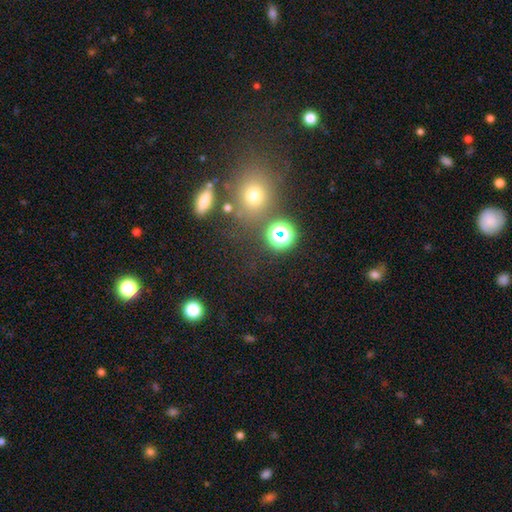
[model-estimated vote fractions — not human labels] Smooth or featured? Predicted: smooth (p=0.47). Merging? Predicted: none (p=0.68).